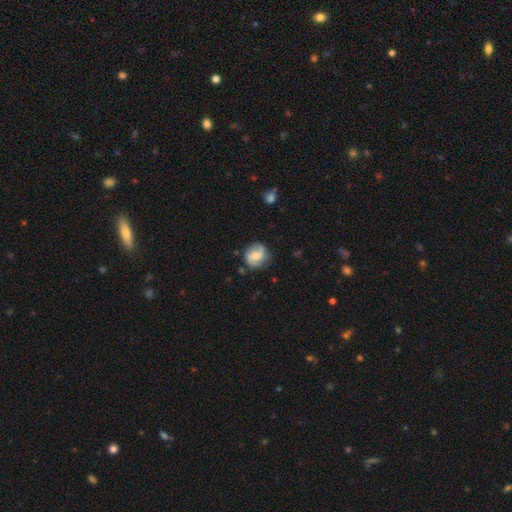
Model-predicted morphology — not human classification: type=featured or disk (54%); edge-on=no (97%); bar=no (47%); spiral arms=yes (89%); bulge=moderate (42%); merging=none (73%).